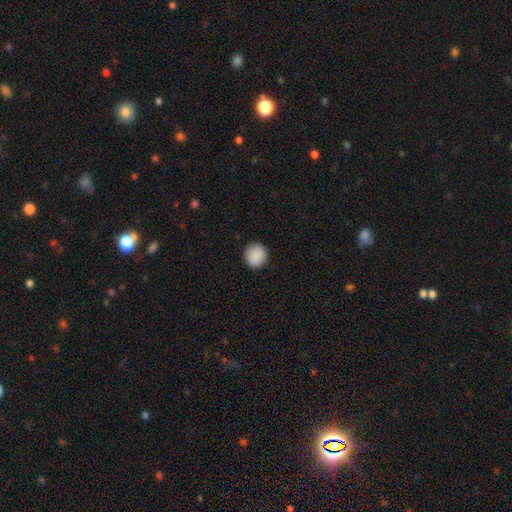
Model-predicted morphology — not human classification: smooth 90%, star or artifact 7%, featured or disk 3%. Down the decision tree: how rounded — round (92%); merging — none (92%).